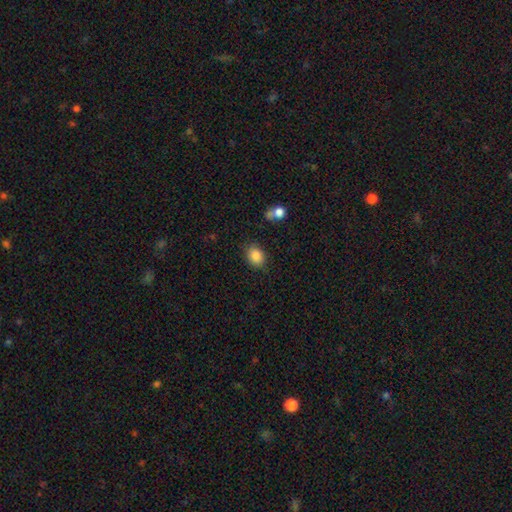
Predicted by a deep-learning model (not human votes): smooth_or_featured: smooth (p=0.86) [alt: star or artifact p=0.09]
how_rounded: in between (p=0.63) [alt: round p=0.36]
merging: none (p=0.81) [alt: minor disturbance p=0.13]